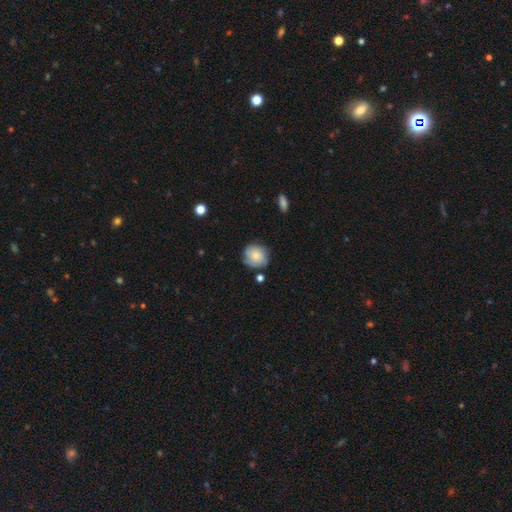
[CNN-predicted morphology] A smooth galaxy with no disk features (61%) that is round (77%). Merging: none (68%).